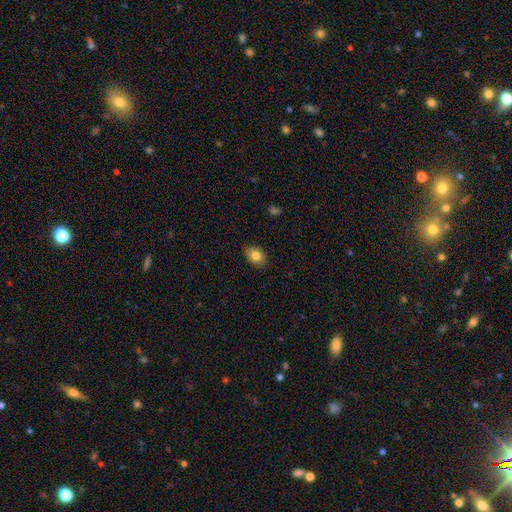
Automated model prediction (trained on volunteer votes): A smooth galaxy with no disk features (82%) that is in between round and cigar-shaped (81%). Merging: none (86%).